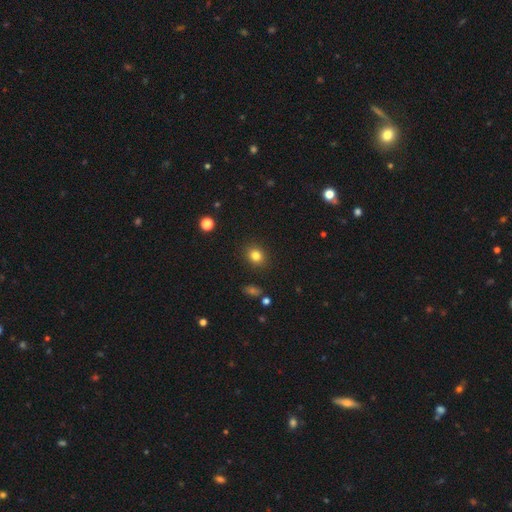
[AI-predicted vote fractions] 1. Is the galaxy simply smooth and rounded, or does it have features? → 82% smooth, 12% star or artifact, 6% featured or disk.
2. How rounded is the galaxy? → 63% round, 36% in between, 1% cigar-shaped.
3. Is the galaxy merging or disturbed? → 88% none, 8% minor disturbance, 2% major disturbance, 2% merger.